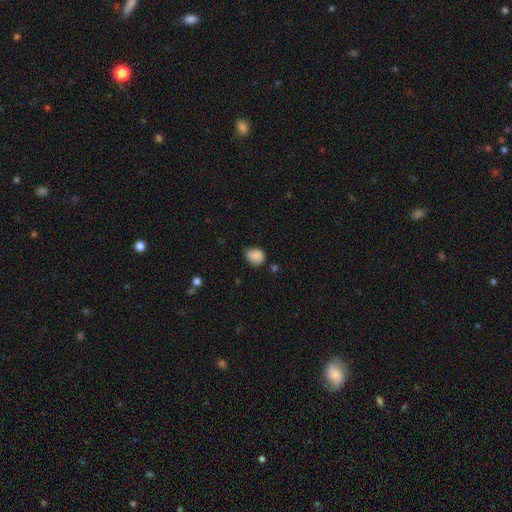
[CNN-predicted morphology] smooth 85%, star or artifact 9%, featured or disk 6%. Down the decision tree: how rounded — round (65%); merging — none (59%).